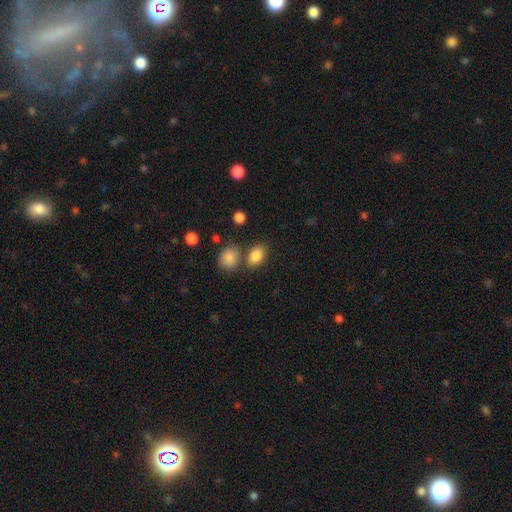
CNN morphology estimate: smooth-or-featured: smooth: 86% | star or artifact: 9% | featured or disk: 5%
  how-rounded: in between: 82% | round: 17% | cigar-shaped: 2%
  merging: none: 66% | merger: 18% | minor disturbance: 12% | major disturbance: 4%